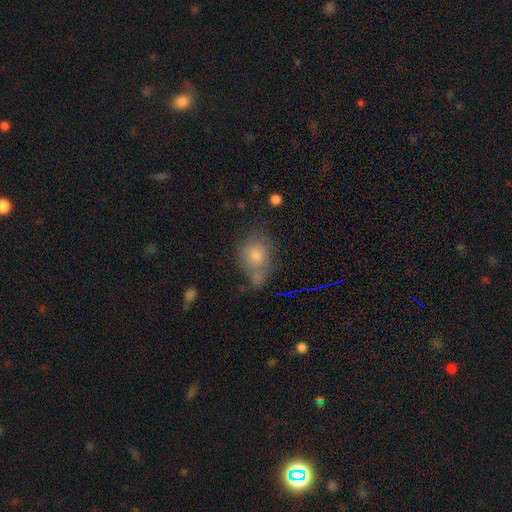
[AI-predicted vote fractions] Q: Smooth or featured?
A: smooth (71%); runner-up: featured or disk (16%)
Q: How rounded?
A: round (55%); runner-up: in between (44%)
Q: Merging?
A: none (50%); runner-up: minor disturbance (22%)